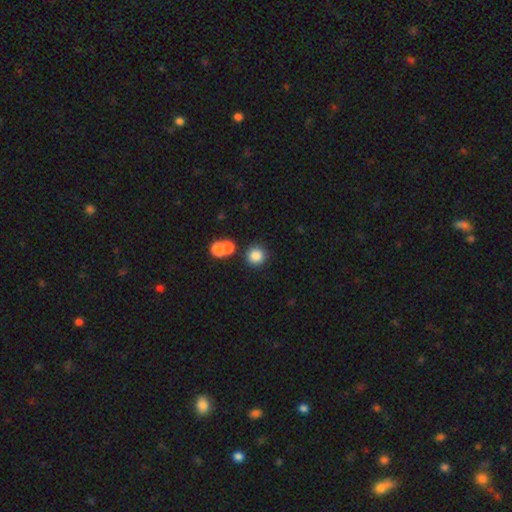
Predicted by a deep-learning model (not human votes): Smooth or featured: smooth — 82% (star or artifact — 11%)
How rounded: round — 92% (in between — 7%)
Merging: none — 74% (merger — 15%)